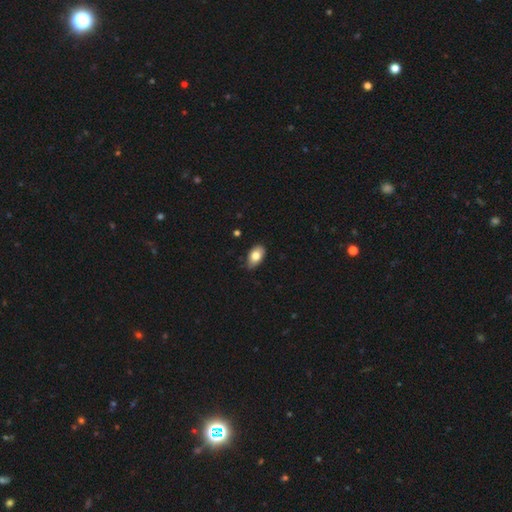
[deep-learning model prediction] Overall: smooth (80%). How rounded: in between (90%). Merging: none (73%).